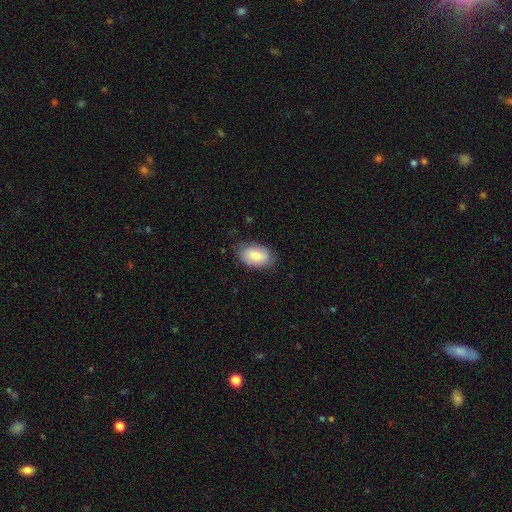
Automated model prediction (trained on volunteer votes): The model was most divided on "smooth or featured": smooth: 72%, featured or disk: 21%, star or artifact: 7%. More confident: how rounded — in between (91%); merging — none (79%).